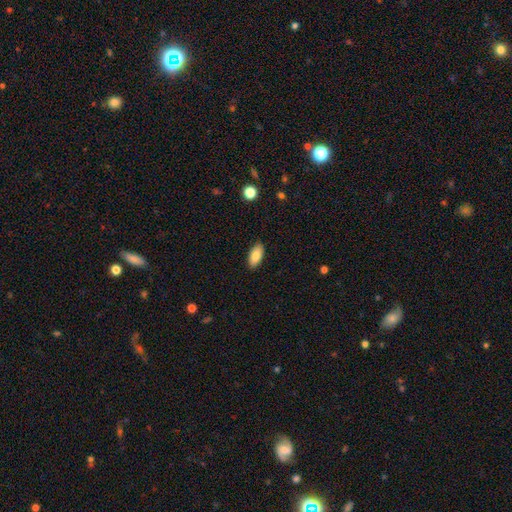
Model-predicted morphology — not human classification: Smooth or featured? Predicted: smooth (p=0.84). How rounded? Predicted: in between (p=0.90). Merging? Predicted: none (p=0.89).